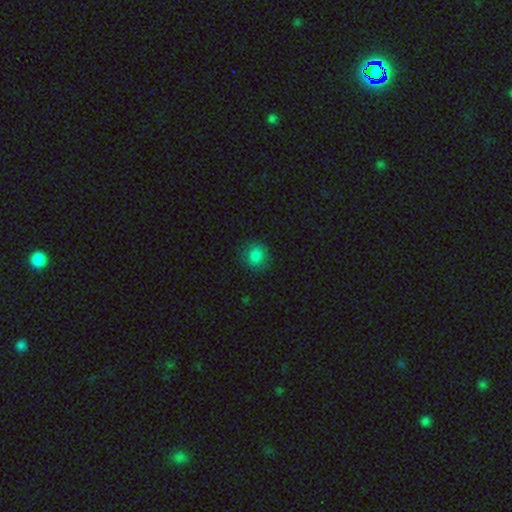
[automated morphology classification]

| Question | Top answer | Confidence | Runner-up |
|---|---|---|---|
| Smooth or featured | smooth | 84% | star or artifact (11%) |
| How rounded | round | 76% | in between (23%) |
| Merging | none | 83% | minor disturbance (12%) |